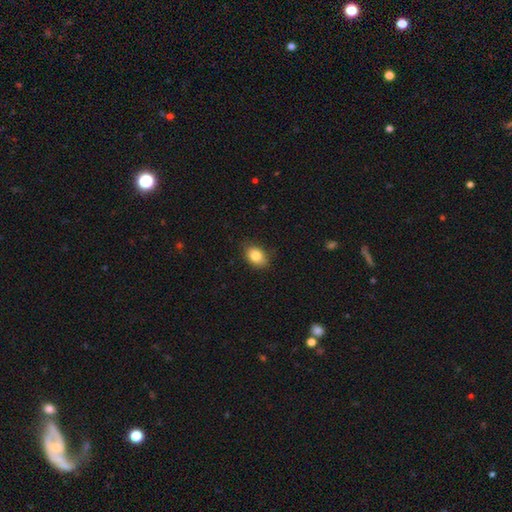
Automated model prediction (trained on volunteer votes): smooth_or_featured: smooth (p=0.83) [alt: star or artifact p=0.09]
how_rounded: in between (p=0.74) [alt: round p=0.25]
merging: none (p=0.84) [alt: minor disturbance p=0.12]